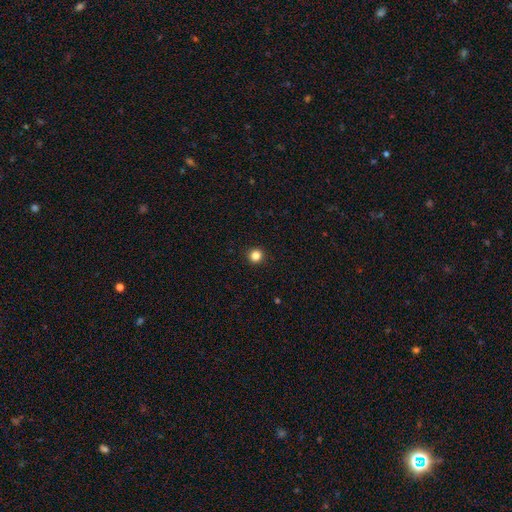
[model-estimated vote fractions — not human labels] The model was most divided on "smooth or featured": smooth: 85%, star or artifact: 12%, featured or disk: 4%. More confident: how rounded — round (95%); merging — none (94%).